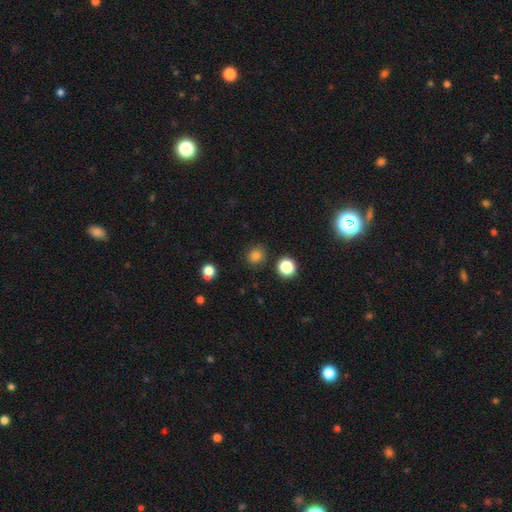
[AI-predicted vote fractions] Smooth or featured? Predicted: smooth (p=0.81). How rounded? Predicted: round (p=0.78). Merging? Predicted: none (p=0.86).